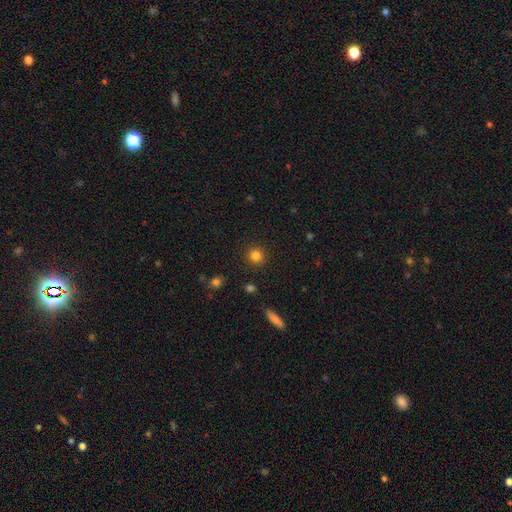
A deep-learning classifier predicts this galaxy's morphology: Overall: smooth (82%). How rounded: round (93%). Merging: none (91%).